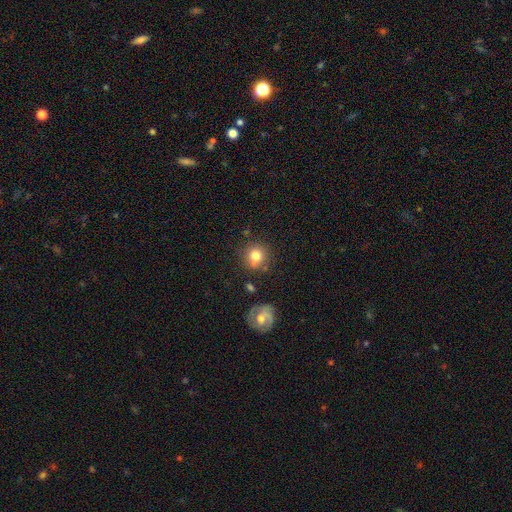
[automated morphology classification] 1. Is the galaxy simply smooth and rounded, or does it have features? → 79% smooth, 11% featured or disk, 11% star or artifact.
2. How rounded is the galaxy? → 89% round, 10% in between, 1% cigar-shaped.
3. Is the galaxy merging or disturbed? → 76% none, 13% minor disturbance, 7% merger, 4% major disturbance.